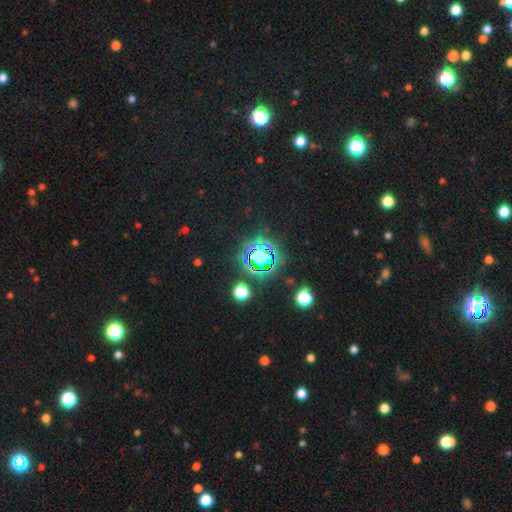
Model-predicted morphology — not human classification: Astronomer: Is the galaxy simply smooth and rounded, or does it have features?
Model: star or artifact — 79%.